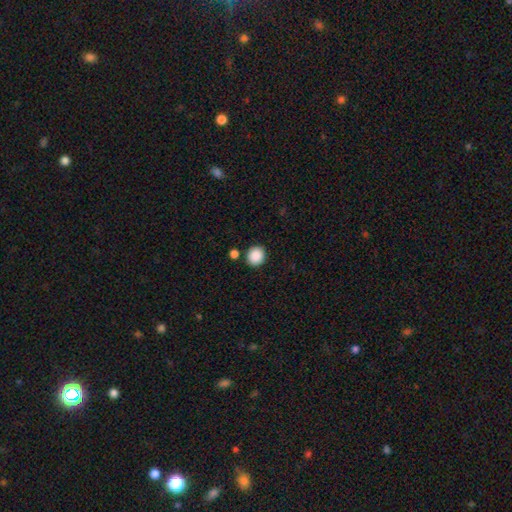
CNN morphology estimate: smooth-or-featured: smooth: 89% | star or artifact: 8% | featured or disk: 3%
  how-rounded: round: 88% | in between: 11% | cigar-shaped: 1%
  merging: none: 86% | minor disturbance: 7% | merger: 5% | major disturbance: 2%